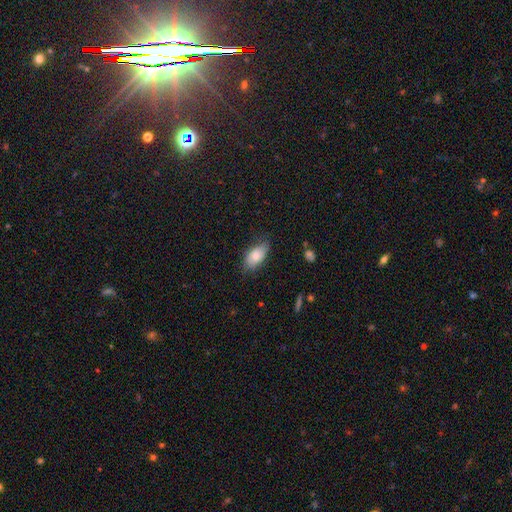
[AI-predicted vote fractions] Overall: smooth (78%). How rounded: in between (91%). Merging: none (68%).